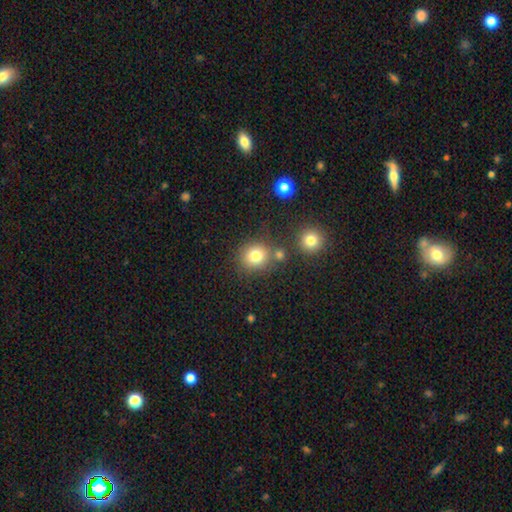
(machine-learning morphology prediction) Overall: smooth (79%). How rounded: round (83%). Merging: none (71%).